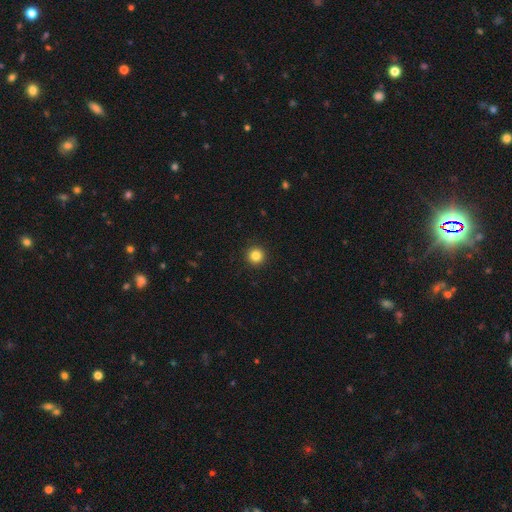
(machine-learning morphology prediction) smooth 84%, star or artifact 12%, featured or disk 5%. Down the decision tree: how rounded — round (97%); merging — none (94%).